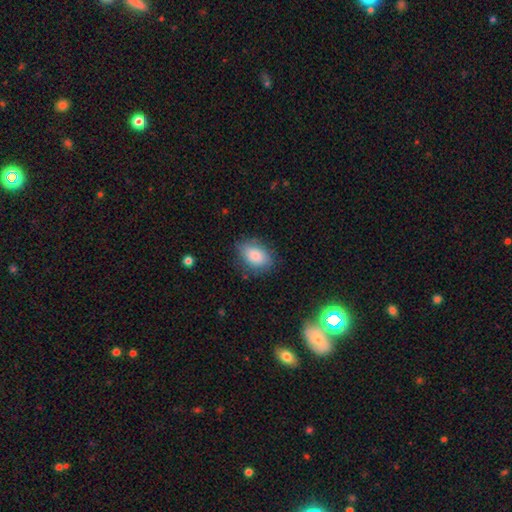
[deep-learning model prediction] Morphology: type=smooth (84%); roundness=in between (85%); merging=none (77%).